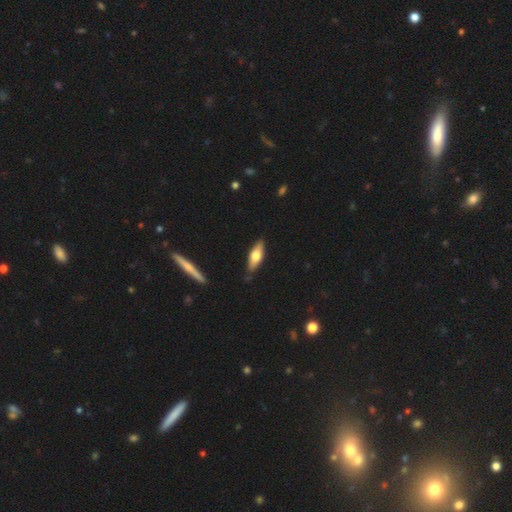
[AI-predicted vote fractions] Morphology: type=smooth (59%); roundness=in between (52%); merging=none (84%).